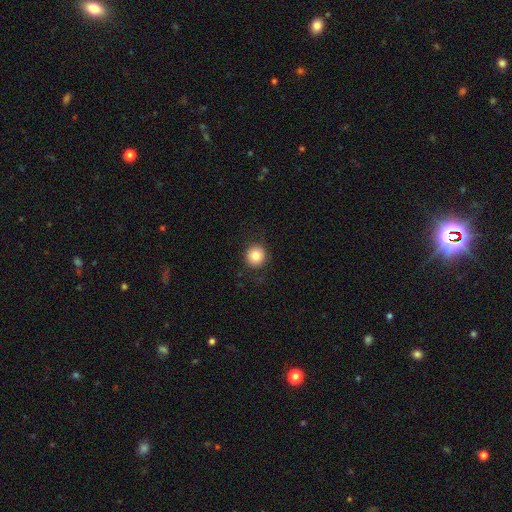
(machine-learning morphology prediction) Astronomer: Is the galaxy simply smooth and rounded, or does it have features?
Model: smooth — 83%.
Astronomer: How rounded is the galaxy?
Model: round — 93%.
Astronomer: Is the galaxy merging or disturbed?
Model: none — 89%.